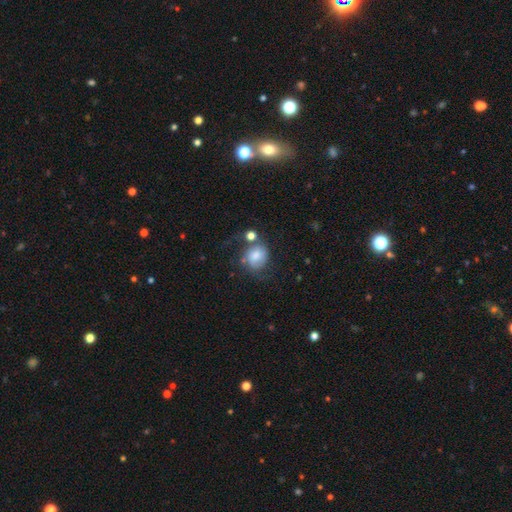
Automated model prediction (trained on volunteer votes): A smooth galaxy with no disk features (66%) that is round (69%). Merging: none (43%).